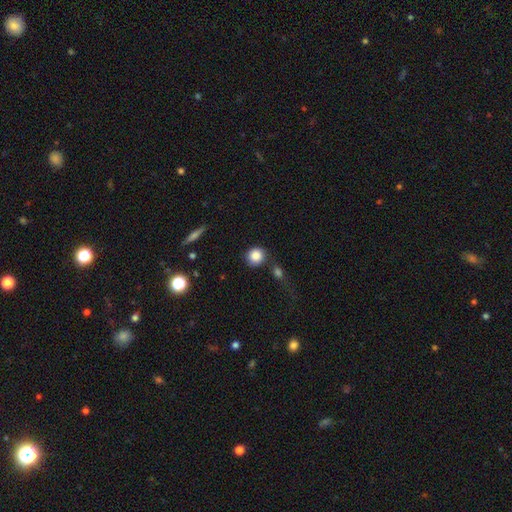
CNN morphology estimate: Q: Smooth or featured?
A: smooth (86%); runner-up: star or artifact (9%)
Q: How rounded?
A: round (90%); runner-up: in between (9%)
Q: Merging?
A: none (76%); runner-up: minor disturbance (11%)